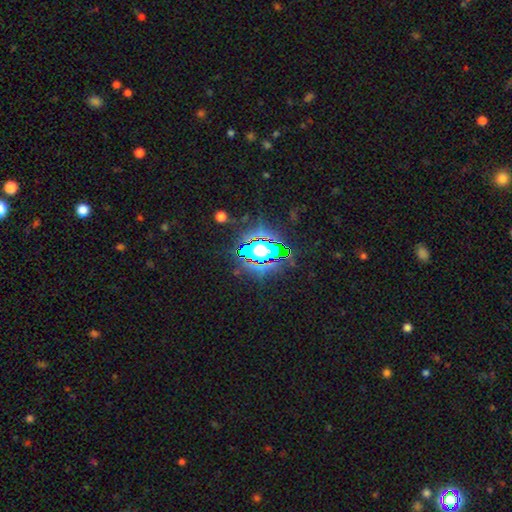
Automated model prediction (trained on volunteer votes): A star or artifact, not a galaxy (74%).

Vote fractions:
- Smooth or featured? star or artifact: 74% / smooth: 15% / featured or disk: 11%